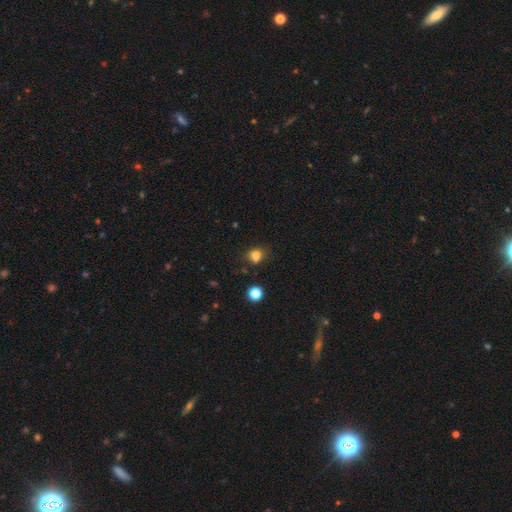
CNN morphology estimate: Smooth or featured? smooth (78%)
How rounded? round (50%)
Merging? none (64%)